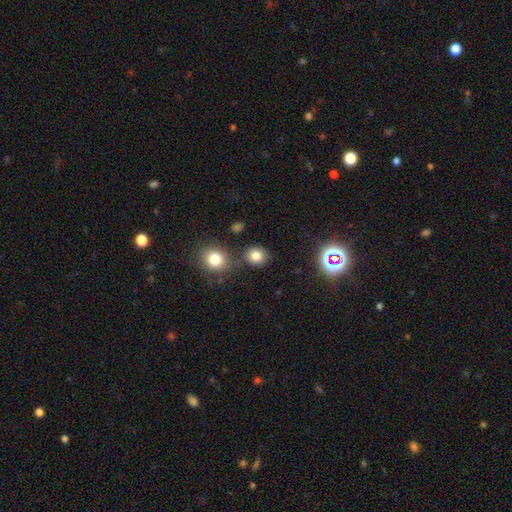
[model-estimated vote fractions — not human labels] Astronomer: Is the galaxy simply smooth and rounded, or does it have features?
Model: smooth — 79%.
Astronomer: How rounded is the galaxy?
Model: round — 79%.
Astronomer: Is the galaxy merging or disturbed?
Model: none — 78%.